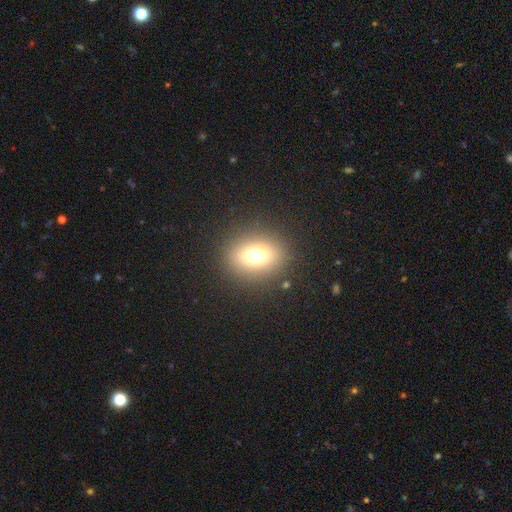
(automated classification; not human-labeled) Smooth or featured? smooth (67%)
How rounded? round (56%)
Merging? none (74%)